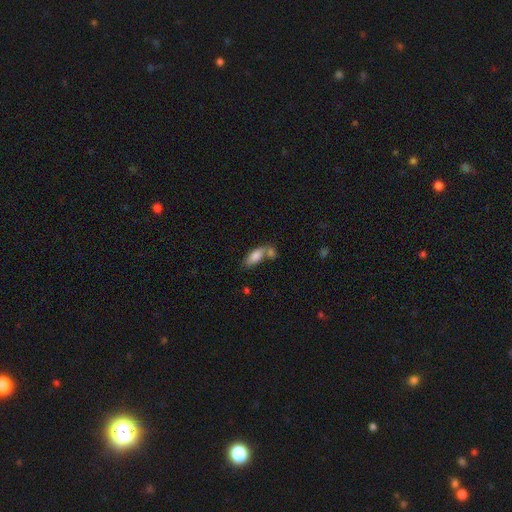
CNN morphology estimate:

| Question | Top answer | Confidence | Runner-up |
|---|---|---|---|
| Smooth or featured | smooth | 81% | featured or disk (12%) |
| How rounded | in between | 82% | cigar-shaped (15%) |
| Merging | merger | 42% | none (40%) |